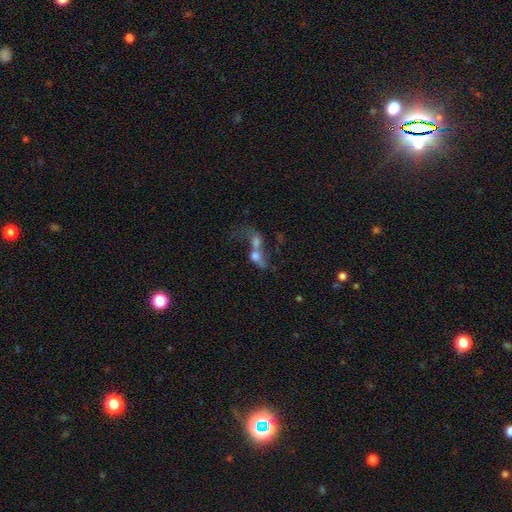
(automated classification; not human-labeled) Overall: smooth (52%; featured or disk 34%). How rounded: in between (56%; round 37%). Merging: merger (71%).